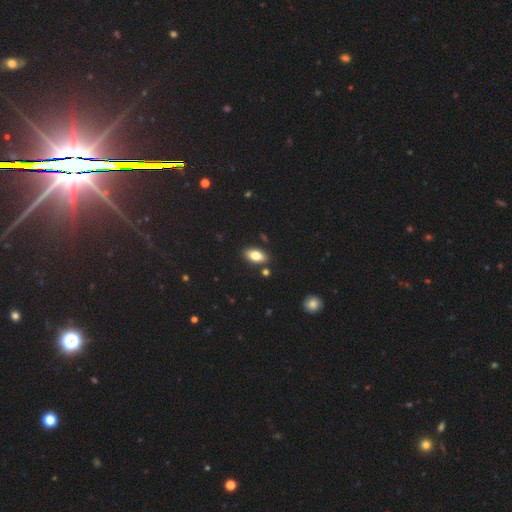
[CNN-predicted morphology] Overall: smooth (79%). How rounded: in between (91%). Merging: none (85%).